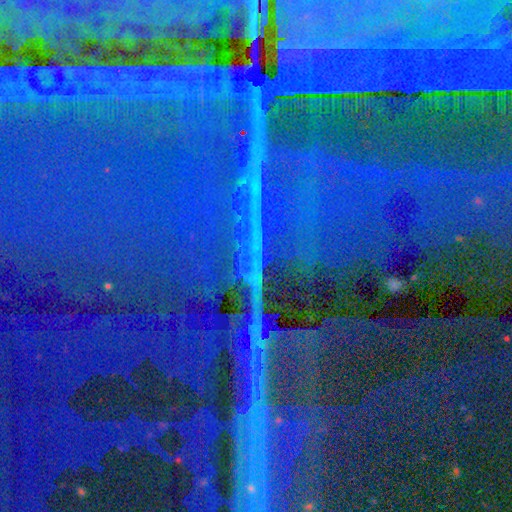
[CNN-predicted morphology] smooth-or-featured: star or artifact: 90% | featured or disk: 6% | smooth: 4%